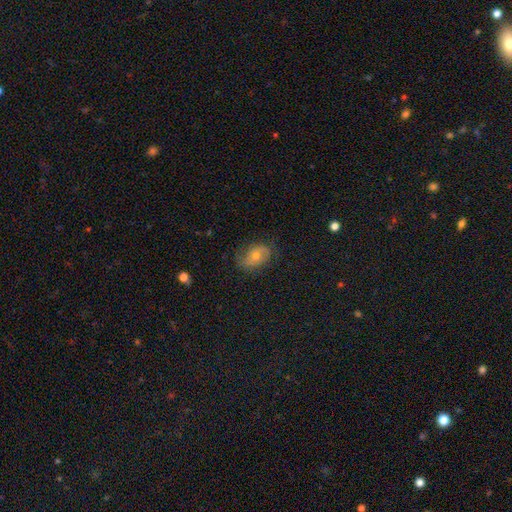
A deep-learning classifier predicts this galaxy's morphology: This is possibly a smooth galaxy (56%). How rounded: likely in between (79%). Merging: likely none (69%).